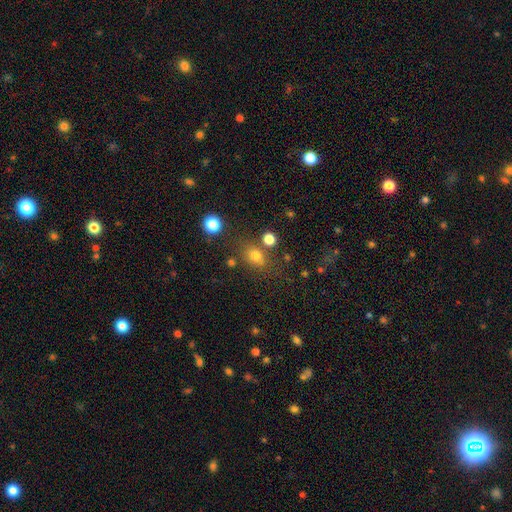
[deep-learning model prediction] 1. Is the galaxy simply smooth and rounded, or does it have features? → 75% smooth, 16% star or artifact, 9% featured or disk.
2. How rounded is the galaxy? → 55% round, 43% in between, 1% cigar-shaped.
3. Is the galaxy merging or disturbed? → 70% none, 14% minor disturbance, 10% merger, 6% major disturbance.